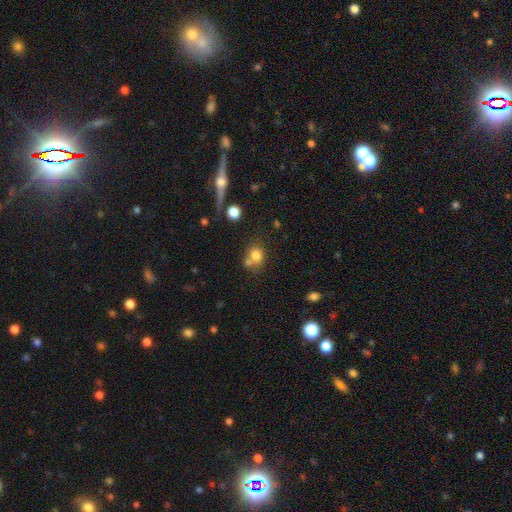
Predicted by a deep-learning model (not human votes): A smooth galaxy with no disk features (76%) that is round (60%). Merging: none (47%).